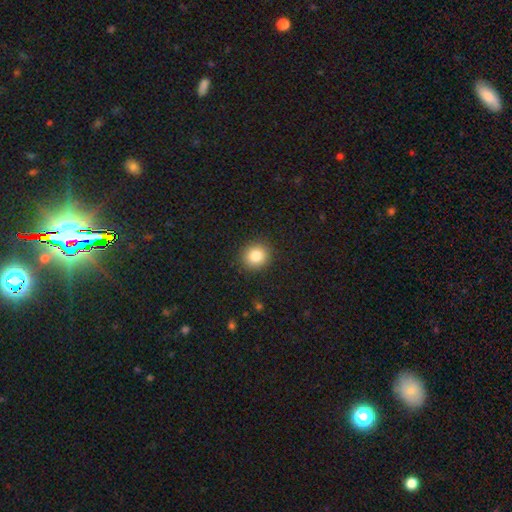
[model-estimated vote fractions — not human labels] Overall: smooth (83%). How rounded: round (84%). Merging: none (91%).